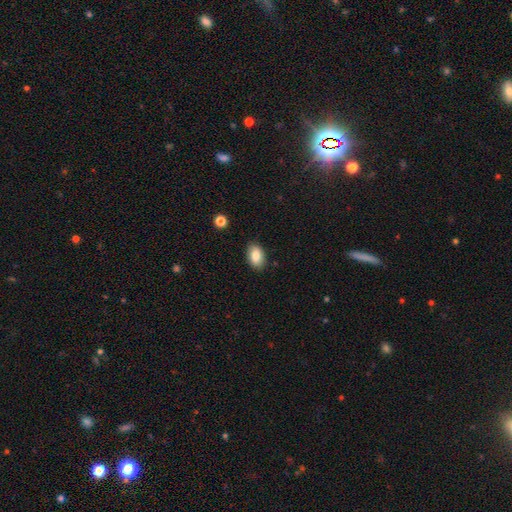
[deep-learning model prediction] A smooth galaxy with no disk features (85%) that is in between round and cigar-shaped (90%).

Vote fractions:
- Smooth or featured? smooth: 85% / featured or disk: 8% / star or artifact: 8%
- How rounded? in between: 90% / round: 8% / cigar-shaped: 2%
- Merging? none: 86% / minor disturbance: 10% / major disturbance: 2% / merger: 1%